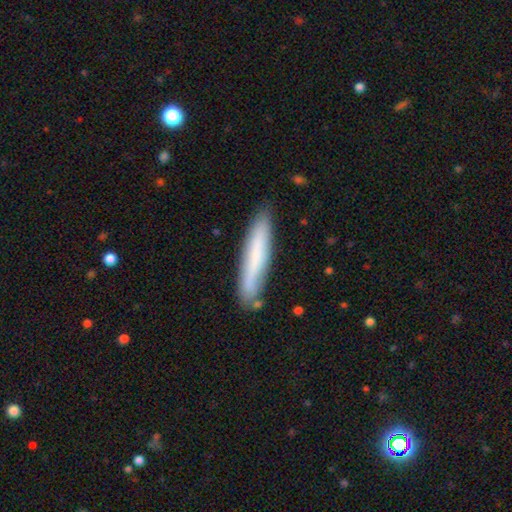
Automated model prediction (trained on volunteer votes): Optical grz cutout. It shows a smooth galaxy with no disk features (68%) that is cigar-shaped (91%). Merging: none (82%).